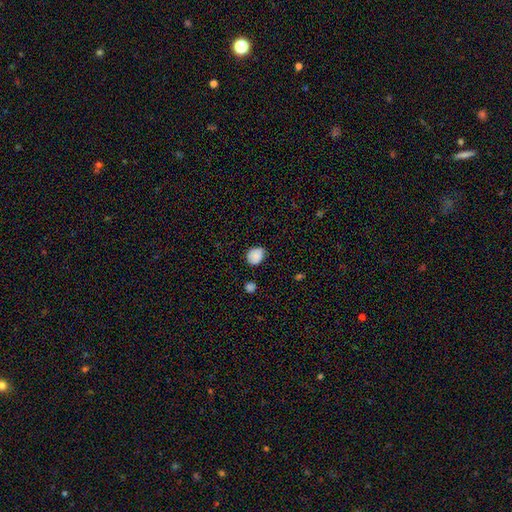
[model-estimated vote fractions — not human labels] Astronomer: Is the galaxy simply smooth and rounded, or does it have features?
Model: smooth — 86%.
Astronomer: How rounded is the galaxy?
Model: round — 53% (runner-up: in between, 46%).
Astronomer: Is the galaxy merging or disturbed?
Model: none — 76%.